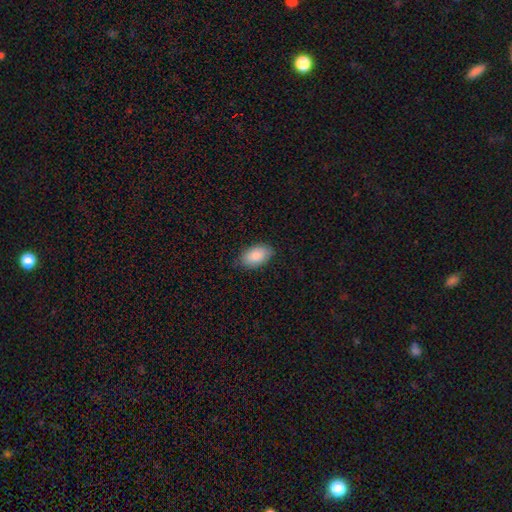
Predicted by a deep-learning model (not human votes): Overall: smooth (87%). How rounded: in between (94%). Merging: none (83%).